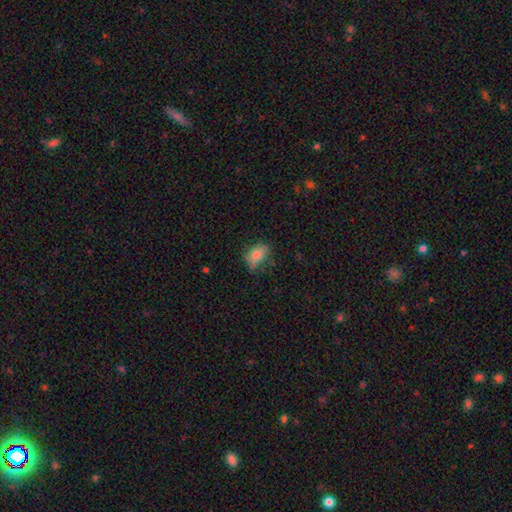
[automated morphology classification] Smooth or featured?
  - smooth: 78% *
  - featured or disk: 13%
  - star or artifact: 10%
How rounded?
  - in between: 81% *
  - round: 16%
  - cigar-shaped: 3%
Merging?
  - none: 59% *
  - minor disturbance: 29%
  - major disturbance: 10%
  - merger: 2%